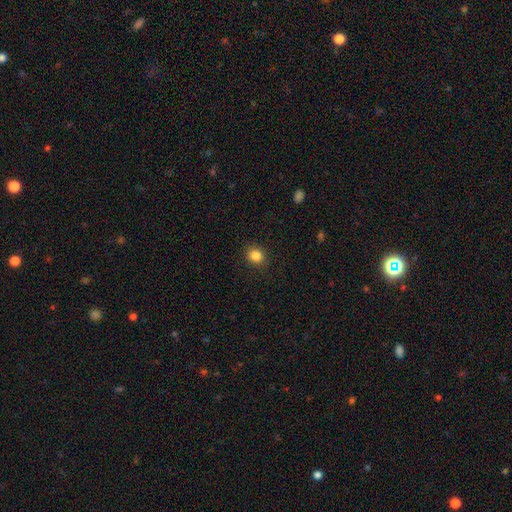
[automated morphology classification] A smooth galaxy with no disk features (85%) that is round (71%).

Vote fractions:
- Smooth or featured? smooth: 85% / star or artifact: 10% / featured or disk: 5%
- How rounded? round: 71% / in between: 28% / cigar-shaped: 1%
- Merging? none: 90% / minor disturbance: 7% / major disturbance: 2% / merger: 1%